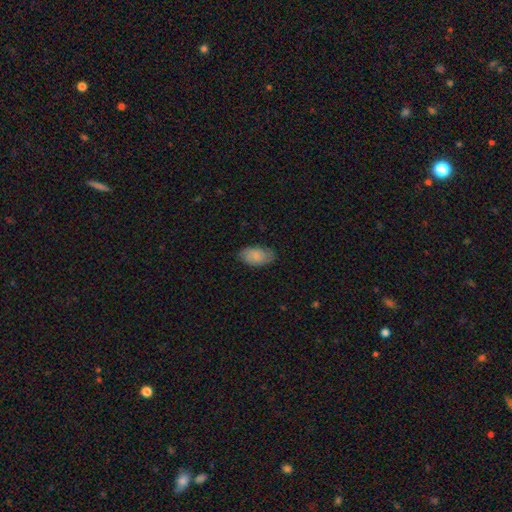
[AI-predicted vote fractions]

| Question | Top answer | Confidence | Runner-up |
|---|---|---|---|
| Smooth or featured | smooth | 80% | featured or disk (14%) |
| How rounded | in between | 95% | round (3%) |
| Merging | none | 79% | minor disturbance (16%) |